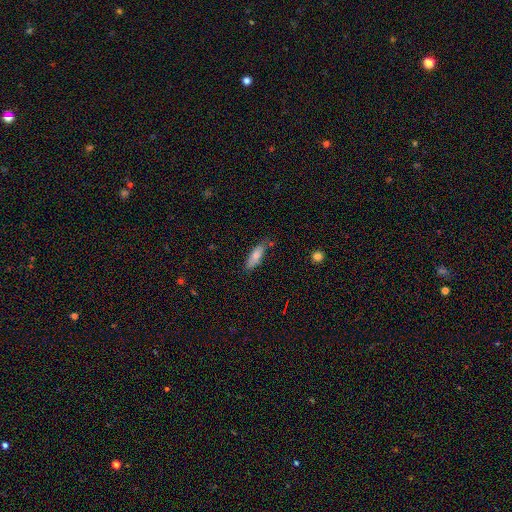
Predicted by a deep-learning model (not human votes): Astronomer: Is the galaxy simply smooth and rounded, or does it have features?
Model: smooth — 74%.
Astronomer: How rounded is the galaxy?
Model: in between — 54% (runner-up: cigar-shaped, 44%).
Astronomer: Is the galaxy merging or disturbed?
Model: none — 71%.